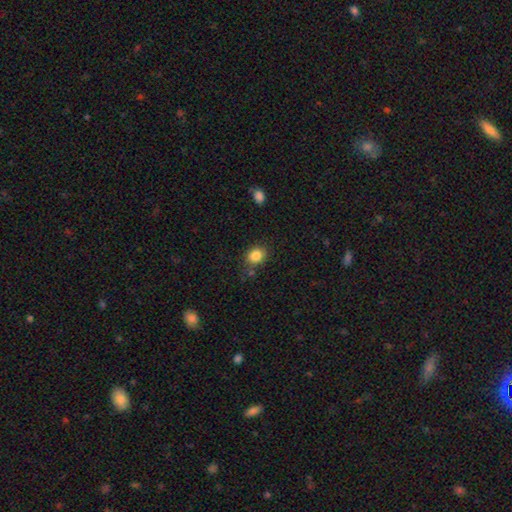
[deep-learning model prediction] Smooth or featured?
  - smooth: 84% *
  - star or artifact: 10%
  - featured or disk: 5%
How rounded?
  - round: 61% *
  - in between: 38%
  - cigar-shaped: 1%
Merging?
  - none: 79% *
  - minor disturbance: 13%
  - merger: 5%
  - major disturbance: 3%